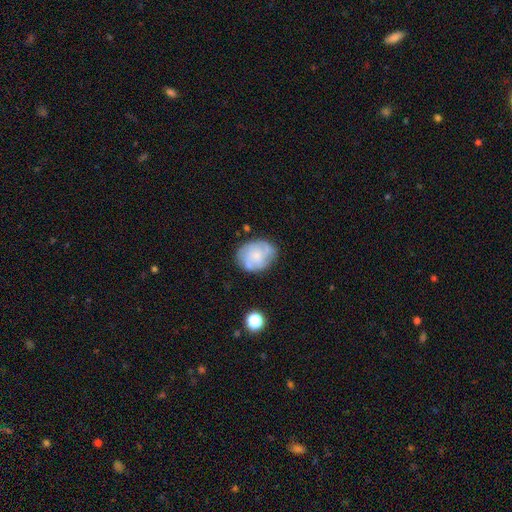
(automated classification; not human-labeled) Q: Smooth or featured?
A: featured or disk (55%); runner-up: smooth (37%)
Q: Edge-on disk?
A: no (98%); runner-up: yes (2%)
Q: Bar?
A: no (77%); runner-up: weak (20%)
Q: Spiral arms?
A: yes (75%); runner-up: no (25%)
Q: Bulge size?
A: small (52%); runner-up: moderate (25%)
Q: Merging?
A: none (67%); runner-up: minor disturbance (22%)